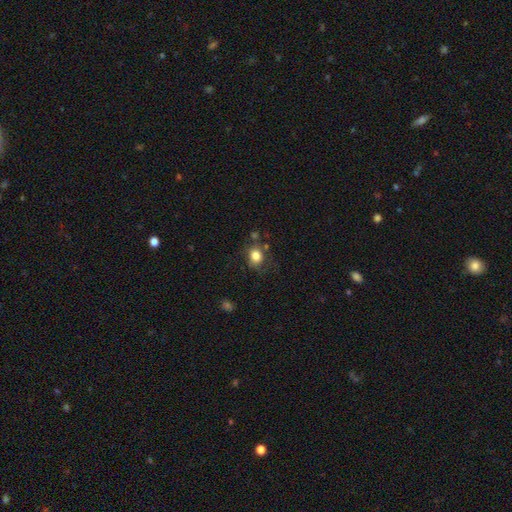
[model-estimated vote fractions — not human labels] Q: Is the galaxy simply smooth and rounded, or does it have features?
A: smooth — 81%.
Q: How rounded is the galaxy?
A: round — 62%.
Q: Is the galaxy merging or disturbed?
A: none — 67%.